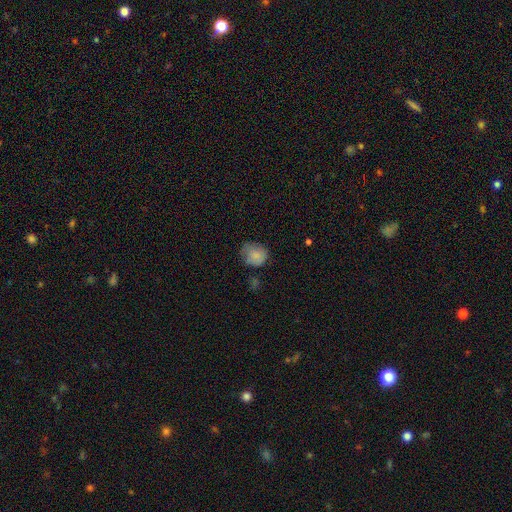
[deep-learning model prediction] A smooth galaxy with no disk features (81%) that is round (71%). Merging: none (53%).